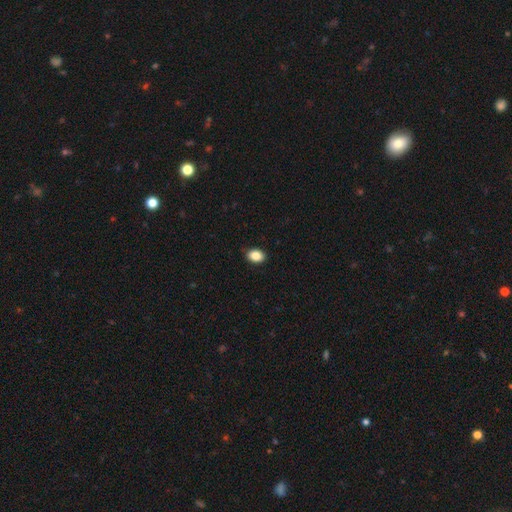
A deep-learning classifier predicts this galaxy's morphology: type=smooth (87%); roundness=in between (79%); merging=none (87%).